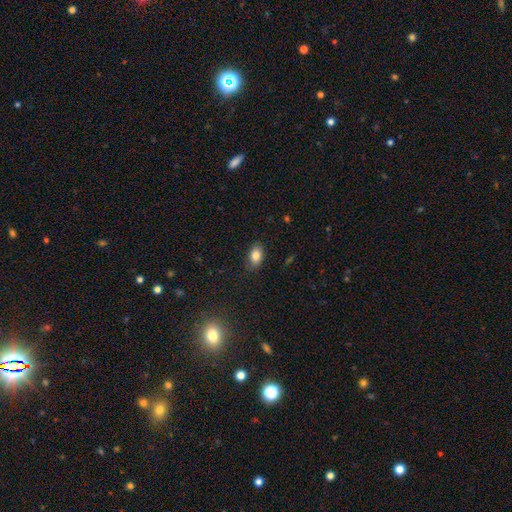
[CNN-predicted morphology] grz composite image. It shows a smooth galaxy with no disk features (82%) that is in between round and cigar-shaped (86%). Merging: none (83%).